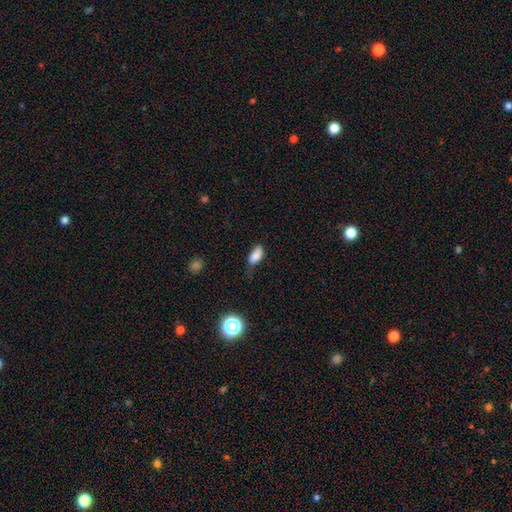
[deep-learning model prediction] Smooth or featured?
  - smooth: 82% *
  - star or artifact: 10%
  - featured or disk: 9%
How rounded?
  - in between: 88% *
  - cigar-shaped: 8%
  - round: 4%
Merging?
  - none: 46% *
  - minor disturbance: 37%
  - major disturbance: 13%
  - merger: 3%